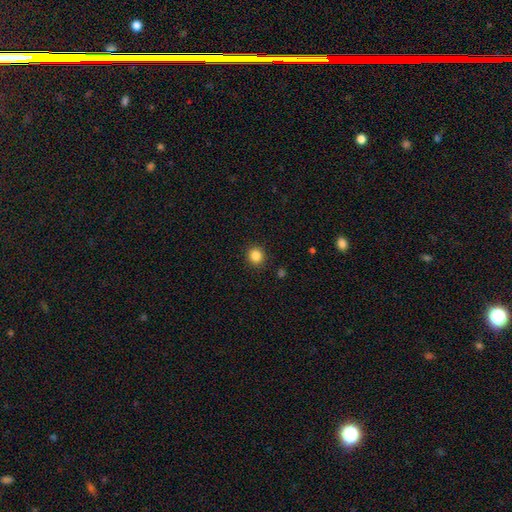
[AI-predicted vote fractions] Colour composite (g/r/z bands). It shows a smooth galaxy with no disk features (85%) that is round (90%). Merging: none (91%).